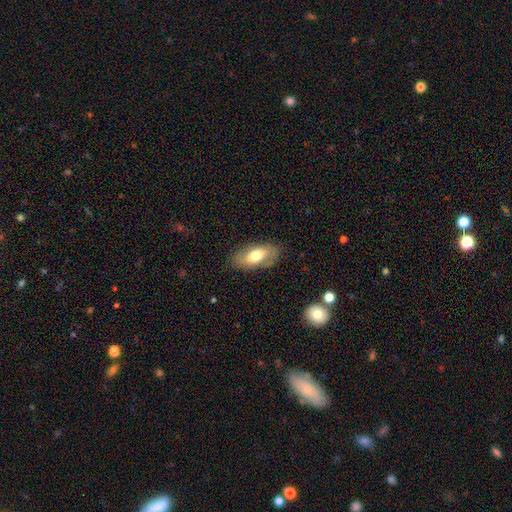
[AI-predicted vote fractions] Overall: smooth (63%; featured or disk 30%). How rounded: in between (88%). Merging: none (79%).